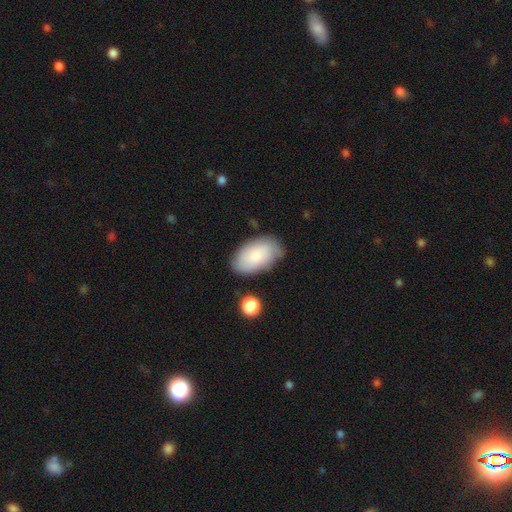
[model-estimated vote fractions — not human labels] A smooth galaxy with no disk features (79%) that is in between round and cigar-shaped (95%). Merging: none (74%).